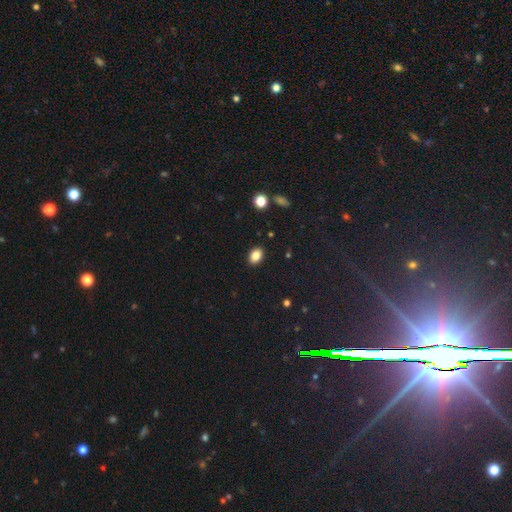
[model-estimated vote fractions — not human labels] Overall: smooth (84%). How rounded: in between (82%). Merging: none (89%).